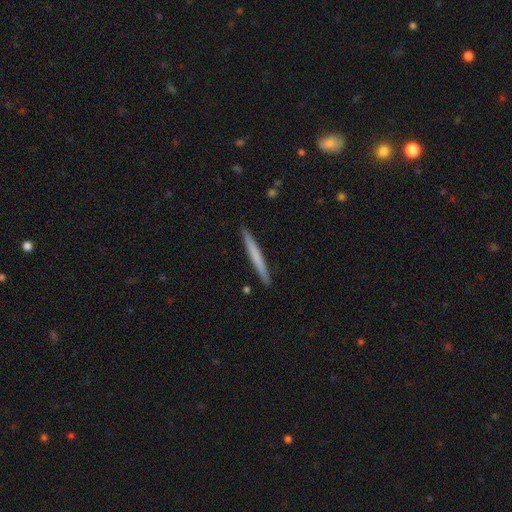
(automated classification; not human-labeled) smooth_or_featured: smooth (p=0.62) [alt: featured or disk p=0.33]
how_rounded: cigar-shaped (p=0.97) [alt: in between p=0.02]
merging: none (p=0.92) [alt: minor disturbance p=0.06]